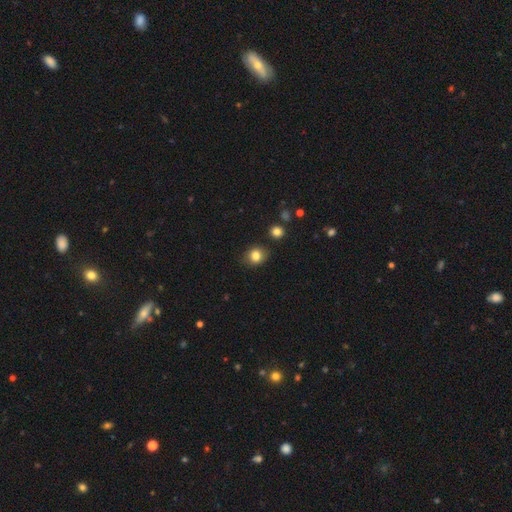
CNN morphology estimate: Smooth or featured? Predicted: smooth (p=0.83). How rounded? Predicted: round (p=0.68). Merging? Predicted: none (p=0.82).